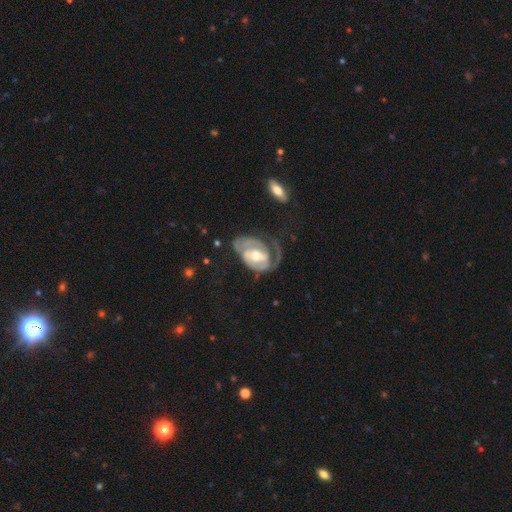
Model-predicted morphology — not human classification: smooth-or-featured: featured or disk: 80% | smooth: 15% | star or artifact: 5%
  disk-edge-on: no: 96% | yes: 4%
    bar: no: 42% | weak: 41% | strong: 17%
    has-spiral-arms: yes: 82% | no: 18%
      spiral-winding: tight: 50% | medium: 33% | loose: 17%
      spiral-arm-count: 2: 38% | 1: 31% | can't tell: 23% | 3: 4% | 4: 2% | more than 4: 2%
    bulge-size: moderate: 66% | small: 23% | large: 9% | none: 1% | dominant: 1%
  merging: major disturbance: 41% | none: 33% | minor disturbance: 22% | merger: 3%